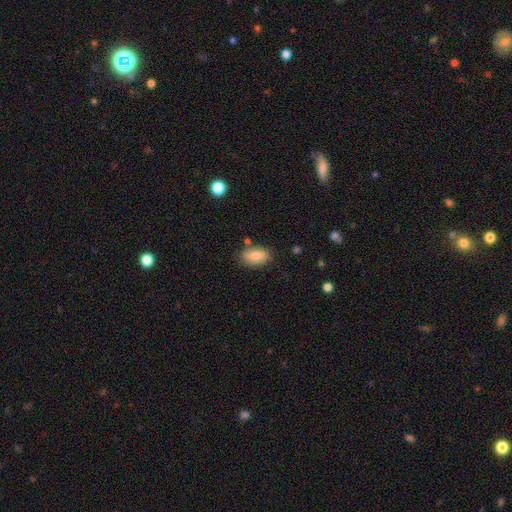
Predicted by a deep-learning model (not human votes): This is likely a smooth galaxy (80%). How rounded: clearly in between (91%). Merging: likely none (77%).